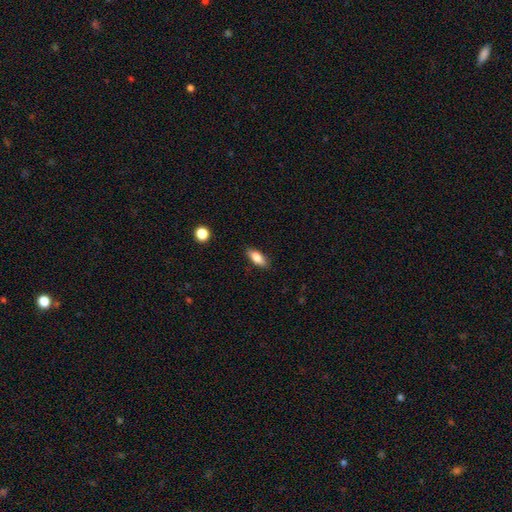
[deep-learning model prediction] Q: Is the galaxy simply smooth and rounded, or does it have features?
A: smooth — 84%.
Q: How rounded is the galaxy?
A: in between — 79%.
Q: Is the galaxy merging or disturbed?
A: none — 86%.